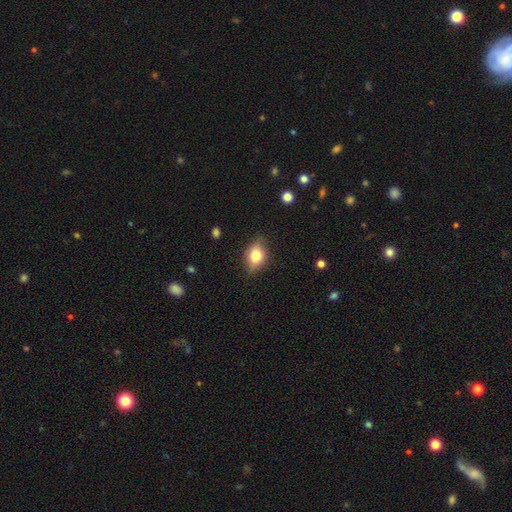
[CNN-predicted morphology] Overall: smooth (71%). How rounded: in between (72%). Merging: none (78%).